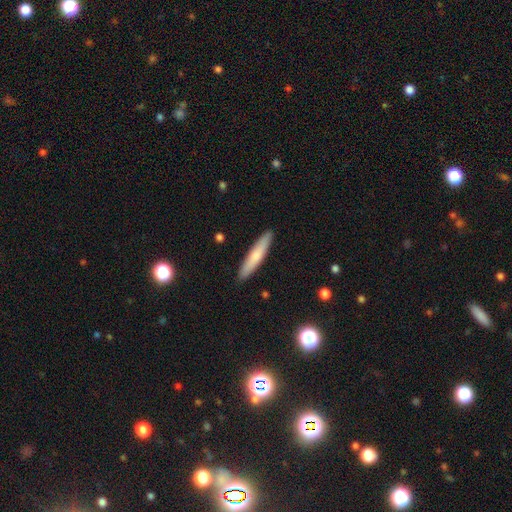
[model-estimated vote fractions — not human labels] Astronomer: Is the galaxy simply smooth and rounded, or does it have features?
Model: smooth — 69%.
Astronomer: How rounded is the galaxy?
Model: cigar-shaped — 90%.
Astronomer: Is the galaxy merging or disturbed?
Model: none — 91%.